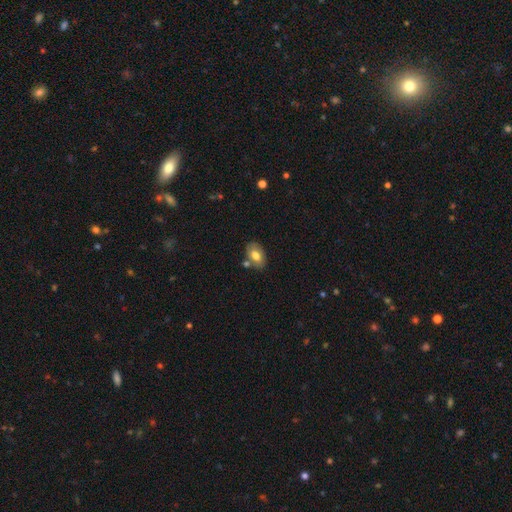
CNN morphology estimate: Q: Smooth or featured?
A: smooth (74%); runner-up: featured or disk (19%)
Q: How rounded?
A: in between (89%); runner-up: round (10%)
Q: Merging?
A: none (70%); runner-up: minor disturbance (14%)